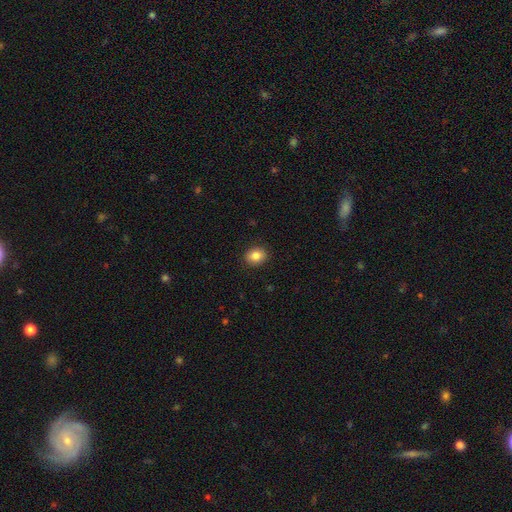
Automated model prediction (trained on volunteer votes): This appears to be a smooth galaxy with no disk features (85%) that is round (51%). Merging: none (90%).